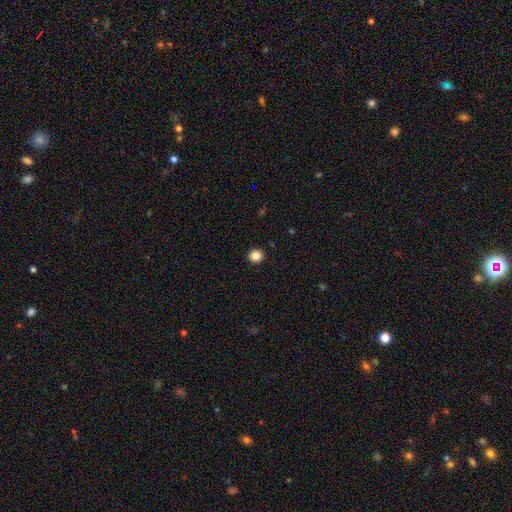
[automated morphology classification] This appears to be a smooth galaxy with no disk features (86%) that is round (78%). Merging: none (92%).